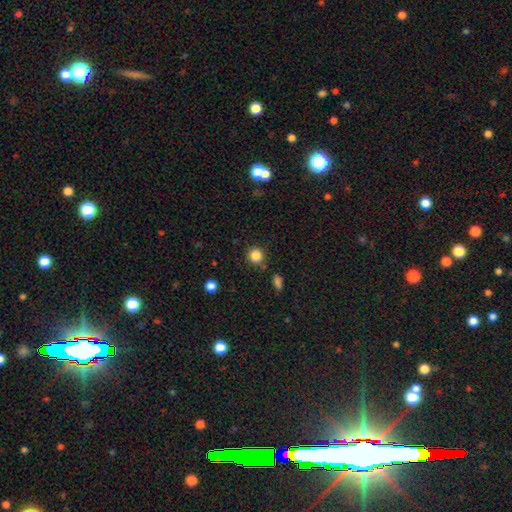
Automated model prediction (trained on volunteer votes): A smooth galaxy with no disk features (85%) that is round (91%). Merging: none (82%).